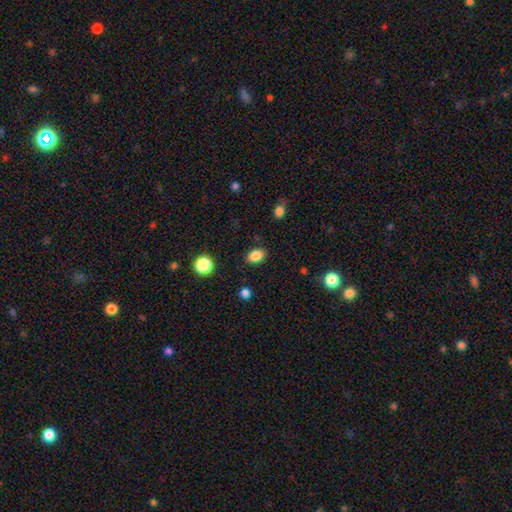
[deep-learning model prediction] This appears to be a smooth galaxy with no disk features (85%) that is in between round and cigar-shaped (80%). Merging: none (86%).